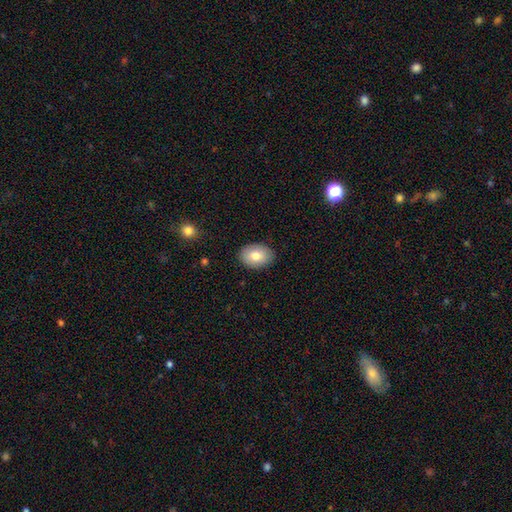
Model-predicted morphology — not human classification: Smooth or featured? Predicted: smooth (p=0.78). How rounded? Predicted: in between (p=0.78). Merging? Predicted: none (p=0.88).